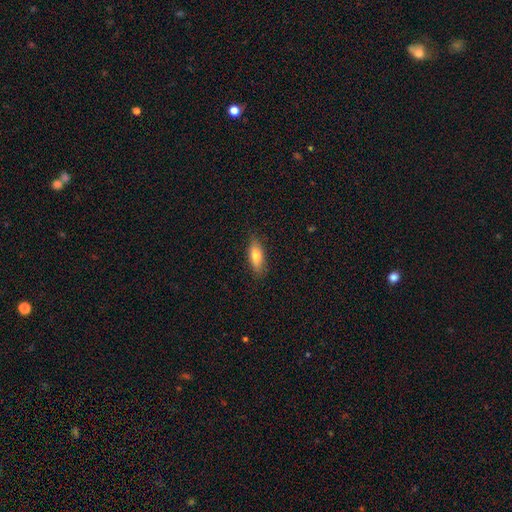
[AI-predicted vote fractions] Morphology: type=smooth (77%); roundness=in between (72%); merging=none (84%).